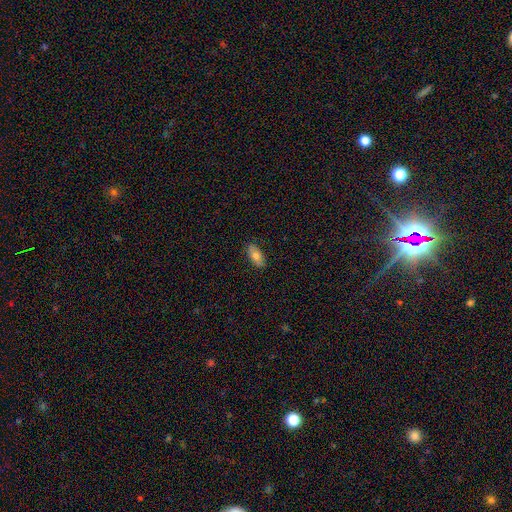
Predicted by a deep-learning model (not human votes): This appears to be a smooth galaxy with no disk features (74%) that is in between round and cigar-shaped (87%). Merging: none (86%).